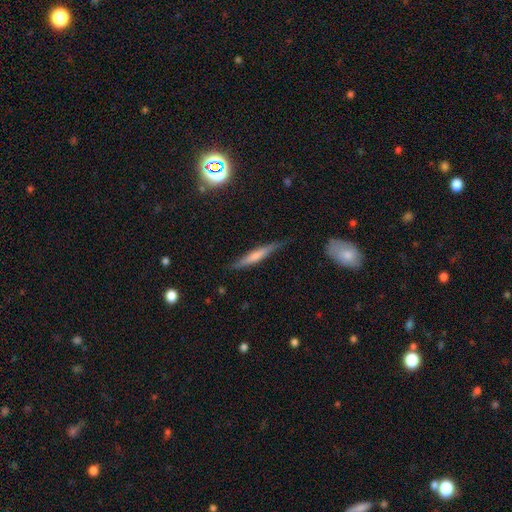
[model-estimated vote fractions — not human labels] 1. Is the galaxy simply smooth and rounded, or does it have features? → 53% smooth, 41% featured or disk, 7% star or artifact.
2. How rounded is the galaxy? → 92% cigar-shaped, 7% in between, 2% round.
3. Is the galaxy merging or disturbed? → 77% none, 18% minor disturbance, 3% major disturbance, 2% merger.